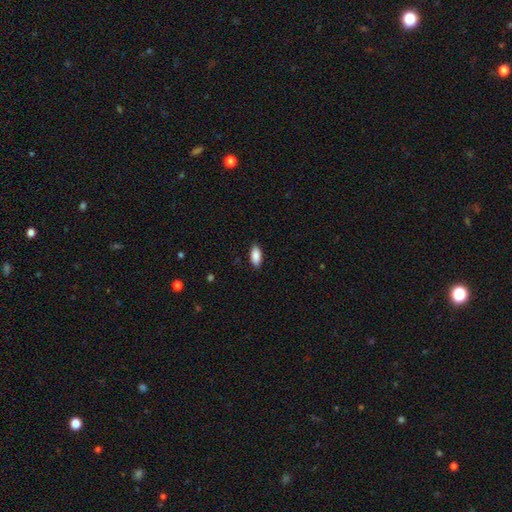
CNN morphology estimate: A smooth galaxy with no disk features (90%) that is in between round and cigar-shaped (87%).

Vote fractions:
- Smooth or featured? smooth: 90% / star or artifact: 6% / featured or disk: 4%
- How rounded? in between: 87% / cigar-shaped: 11% / round: 2%
- Merging? none: 87% / minor disturbance: 10% / major disturbance: 2% / merger: 1%